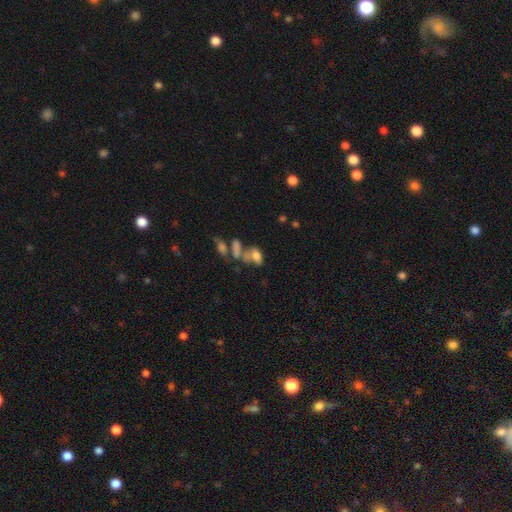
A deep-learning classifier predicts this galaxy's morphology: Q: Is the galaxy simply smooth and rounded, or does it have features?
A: smooth — 66%.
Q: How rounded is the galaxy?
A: in between — 84%.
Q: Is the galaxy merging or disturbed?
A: merger — 42%.